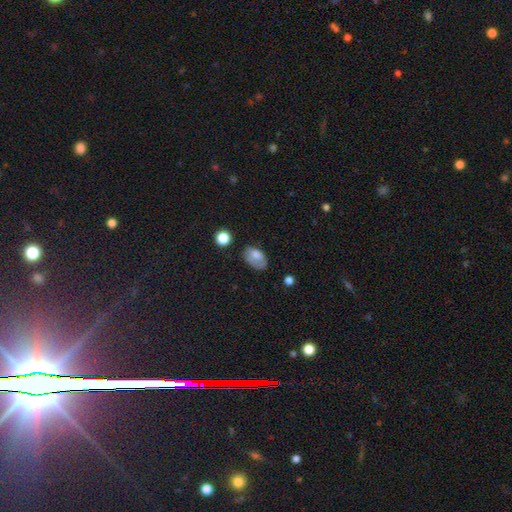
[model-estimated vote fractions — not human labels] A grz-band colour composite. It shows a smooth galaxy with no disk features (73%) that is in between round and cigar-shaped (87%). Merging: none (54%).